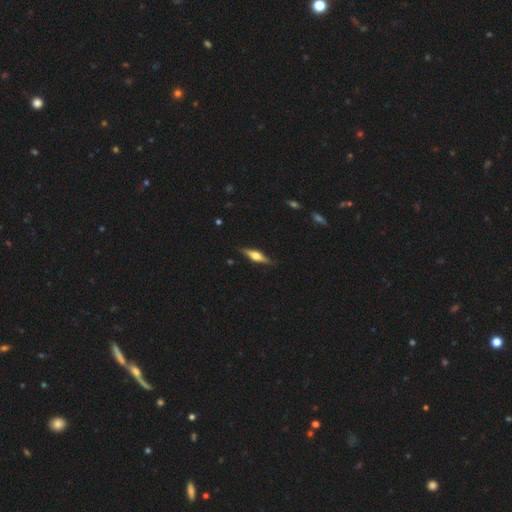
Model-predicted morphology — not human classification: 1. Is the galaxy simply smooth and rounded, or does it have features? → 62% featured or disk, 32% smooth, 6% star or artifact.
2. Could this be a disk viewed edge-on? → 95% yes, 5% no.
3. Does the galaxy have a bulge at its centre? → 91% rounded, 7% boxy, 2% none.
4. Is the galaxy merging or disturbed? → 87% none, 10% minor disturbance, 2% major disturbance, 1% merger.